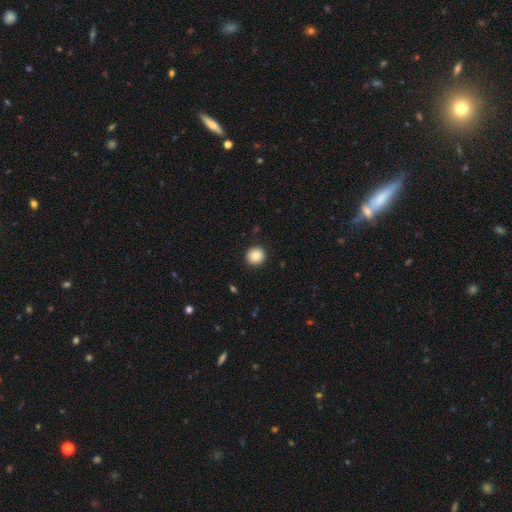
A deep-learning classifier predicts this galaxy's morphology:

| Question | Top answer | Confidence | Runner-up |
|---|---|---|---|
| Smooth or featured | smooth | 85% | star or artifact (9%) |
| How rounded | round | 95% | in between (4%) |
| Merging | none | 92% | minor disturbance (5%) |